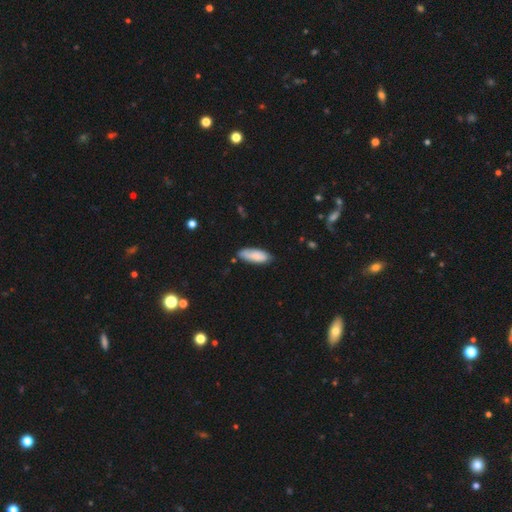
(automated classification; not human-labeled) This appears to be a smooth galaxy with no disk features (84%) that is in between round and cigar-shaped (71%). Merging: none (72%).